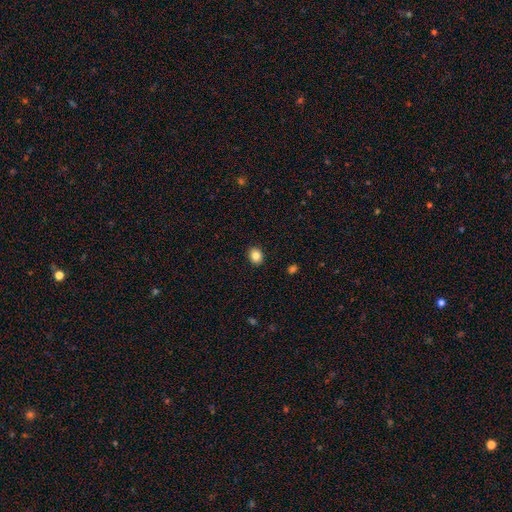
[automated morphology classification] smooth_or_featured: smooth (p=0.85) [alt: star or artifact p=0.10]
how_rounded: round (p=0.61) [alt: in between p=0.39]
merging: none (p=0.91) [alt: minor disturbance p=0.06]